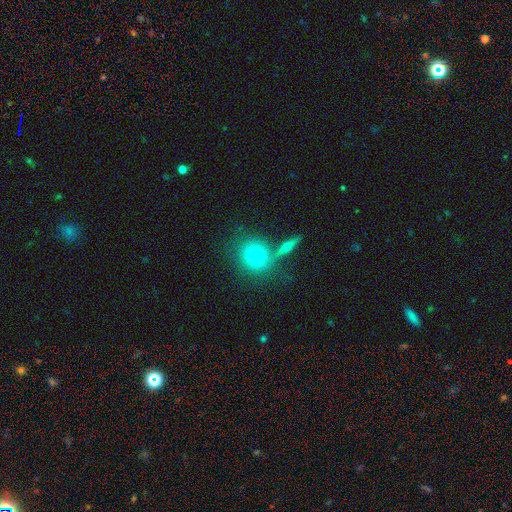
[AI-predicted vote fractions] Smooth or featured: smooth — 71% (featured or disk — 17%)
How rounded: round — 83% (in between — 15%)
Merging: none — 66% (merger — 19%)